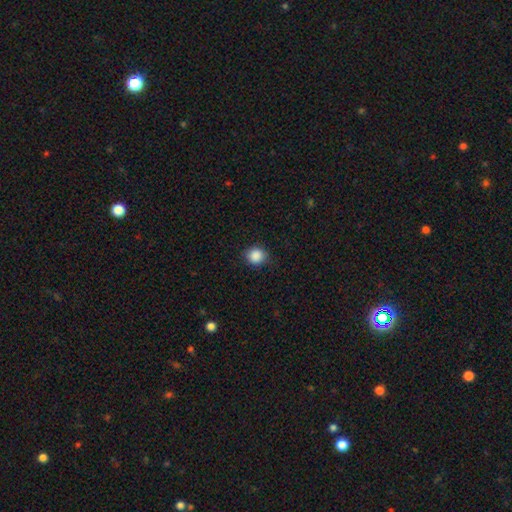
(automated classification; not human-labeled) smooth 88%, star or artifact 9%, featured or disk 3%. Down the decision tree: how rounded — round (84%); merging — none (85%).